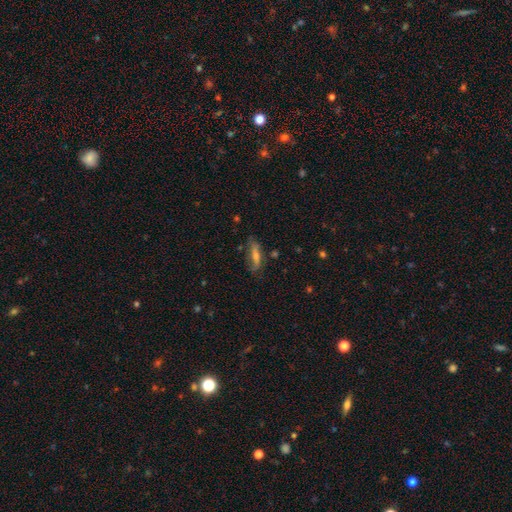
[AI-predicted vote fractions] A featured or disk galaxy (52%).

Vote fractions:
- Smooth or featured? featured or disk: 52% / smooth: 37% / star or artifact: 11%
- Edge-on disk? no: 59% / yes: 41%
- Merging? none: 70% / minor disturbance: 20% / major disturbance: 7% / merger: 2%